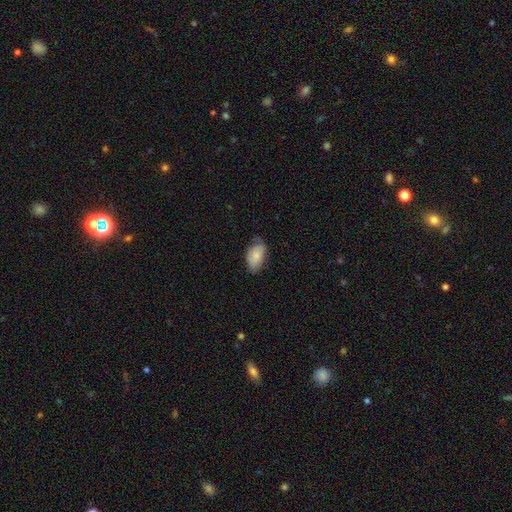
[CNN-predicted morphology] Smooth or featured: smooth — 74% (featured or disk — 20%)
How rounded: in between — 93% (round — 5%)
Merging: none — 56% (minor disturbance — 34%)